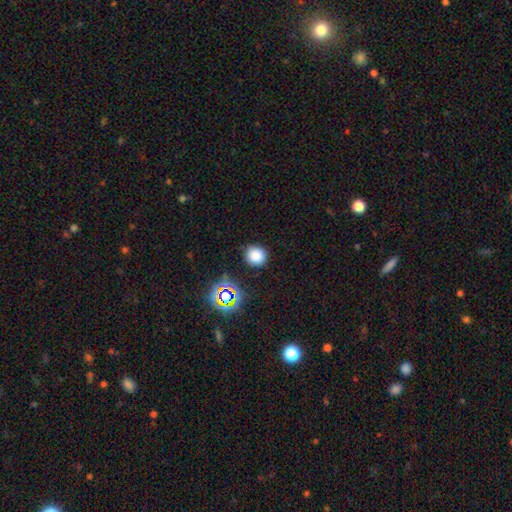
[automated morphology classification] smooth_or_featured: smooth (p=0.78) [alt: star or artifact p=0.17]
how_rounded: round (p=0.90) [alt: in between p=0.09]
merging: none (p=0.87) [alt: minor disturbance p=0.09]